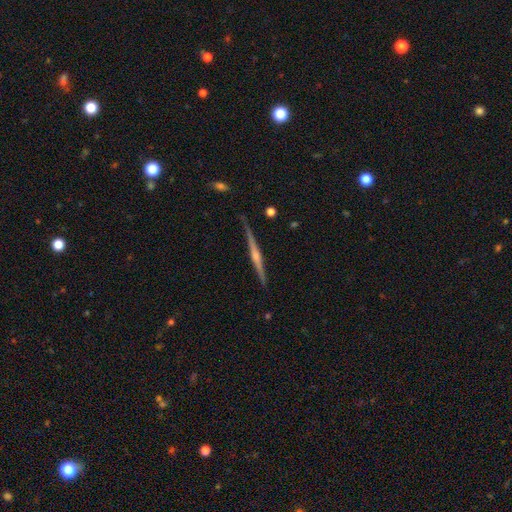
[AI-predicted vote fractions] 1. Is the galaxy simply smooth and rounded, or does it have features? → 79% featured or disk, 16% smooth, 6% star or artifact.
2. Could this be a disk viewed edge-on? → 98% yes, 2% no.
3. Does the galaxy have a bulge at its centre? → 75% rounded, 13% none, 12% boxy.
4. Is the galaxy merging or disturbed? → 87% none, 9% minor disturbance, 2% major disturbance, 1% merger.